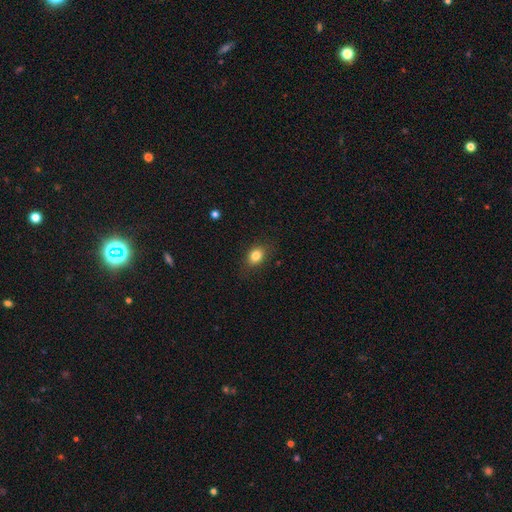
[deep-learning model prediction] Smooth or featured: smooth — 82% (star or artifact — 10%)
How rounded: in between — 63% (round — 36%)
Merging: none — 82% (minor disturbance — 13%)